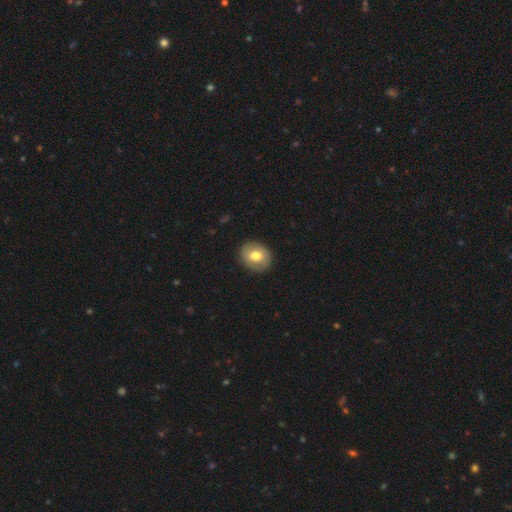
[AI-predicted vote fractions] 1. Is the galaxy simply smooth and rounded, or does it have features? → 65% smooth, 29% featured or disk, 7% star or artifact.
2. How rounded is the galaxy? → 65% round, 34% in between, 1% cigar-shaped.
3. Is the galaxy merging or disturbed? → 88% none, 9% minor disturbance, 3% major disturbance, 1% merger.